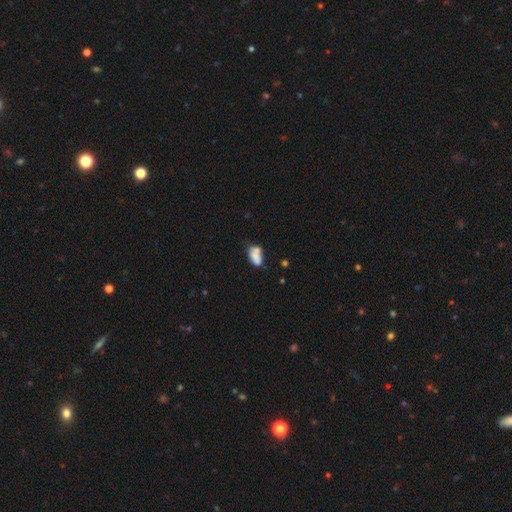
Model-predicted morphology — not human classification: Smooth or featured?
  - smooth: 71% *
  - featured or disk: 19%
  - star or artifact: 10%
How rounded?
  - in between: 88% *
  - round: 8%
  - cigar-shaped: 4%
Merging?
  - none: 36% *
  - merger: 30%
  - minor disturbance: 23%
  - major disturbance: 11%